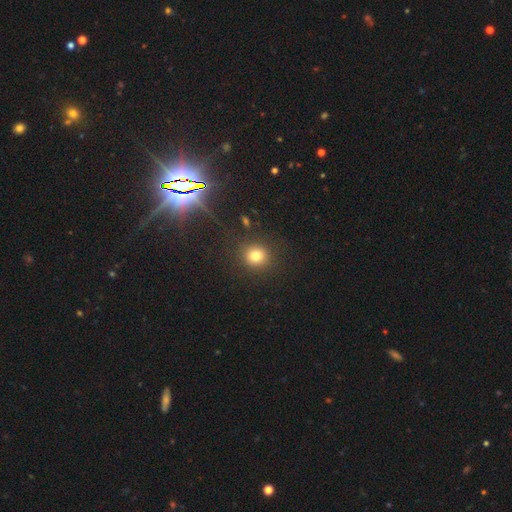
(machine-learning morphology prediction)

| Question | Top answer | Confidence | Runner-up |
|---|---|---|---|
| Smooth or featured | smooth | 77% | star or artifact (16%) |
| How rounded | round | 87% | in between (12%) |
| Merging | none | 86% | minor disturbance (8%) |